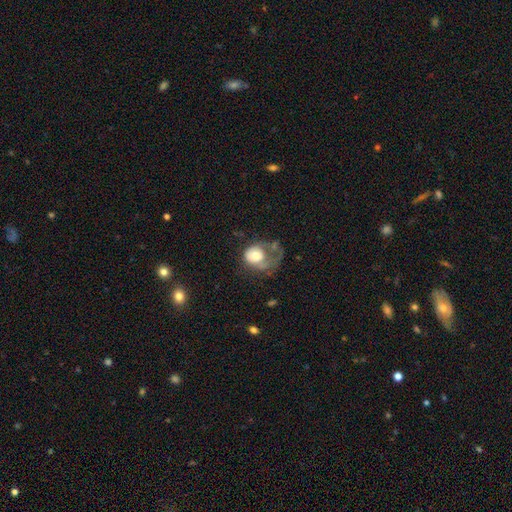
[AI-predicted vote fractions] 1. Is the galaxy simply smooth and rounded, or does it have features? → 60% smooth, 32% featured or disk, 8% star or artifact.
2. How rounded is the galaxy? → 62% round, 37% in between, 1% cigar-shaped.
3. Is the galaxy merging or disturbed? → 56% major disturbance, 18% none, 18% minor disturbance, 8% merger.